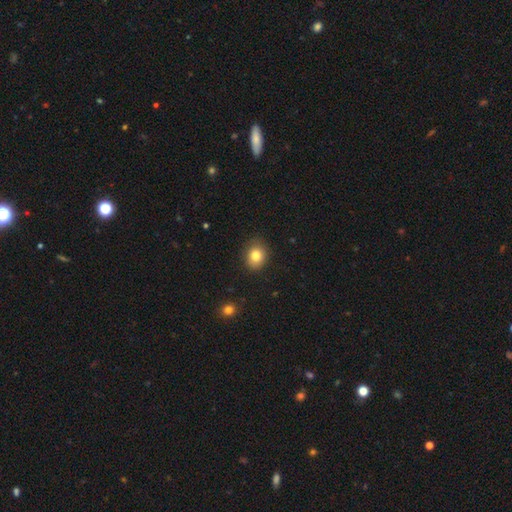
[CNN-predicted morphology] smooth-or-featured: smooth: 81% | star or artifact: 10% | featured or disk: 9%
  how-rounded: round: 55% | in between: 44% | cigar-shaped: 1%
  merging: none: 84% | minor disturbance: 12% | major disturbance: 3% | merger: 1%